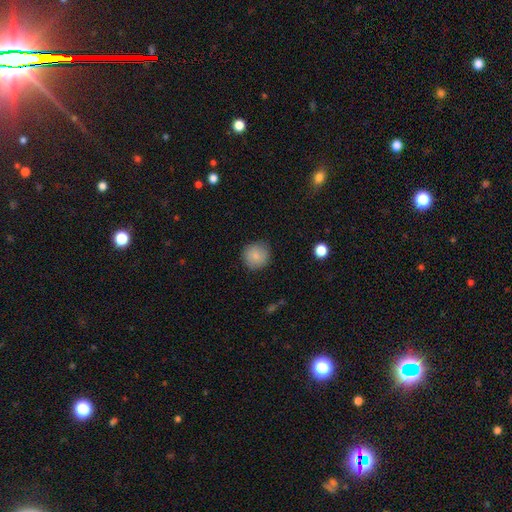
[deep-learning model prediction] A smooth galaxy with no disk features (83%) that is round (93%).

Vote fractions:
- Smooth or featured? smooth: 83% / featured or disk: 9% / star or artifact: 8%
- How rounded? round: 93% / in between: 6% / cigar-shaped: 1%
- Merging? none: 85% / minor disturbance: 11% / major disturbance: 3% / merger: 1%